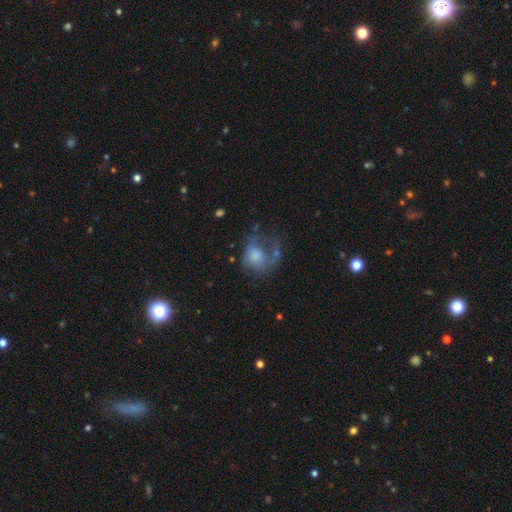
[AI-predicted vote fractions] smooth_or_featured: smooth (p=0.50) [alt: featured or disk p=0.40]
how_rounded: round (p=0.52) [alt: in between p=0.47]
merging: major disturbance (p=0.48) [alt: none p=0.25]